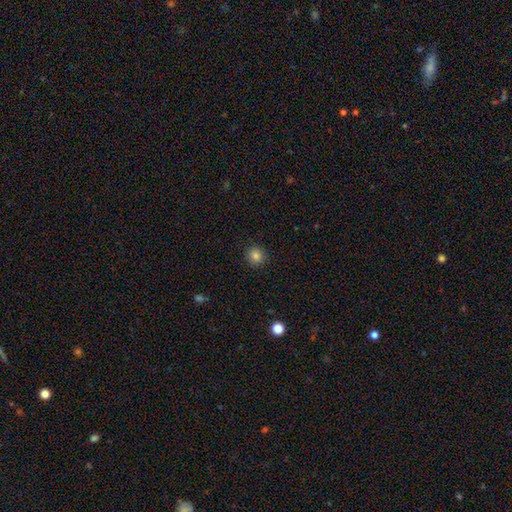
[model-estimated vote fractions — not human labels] Smooth or featured? smooth (84%)
How rounded? round (92%)
Merging? none (91%)